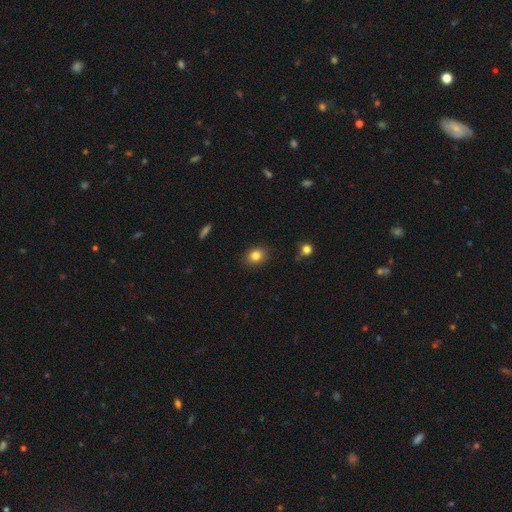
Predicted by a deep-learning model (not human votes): A smooth galaxy with no disk features (82%) that is round (53%). Merging: none (88%).